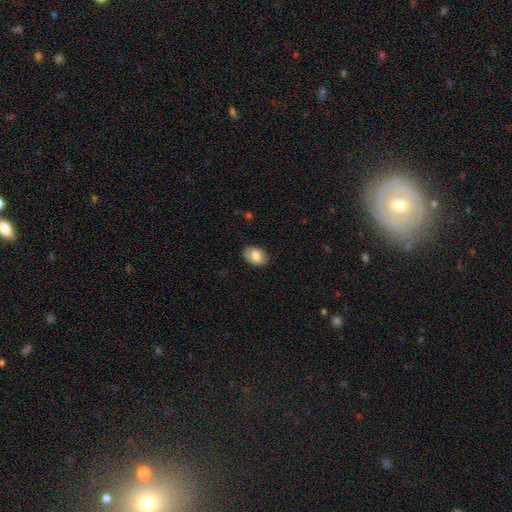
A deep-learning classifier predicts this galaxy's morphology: This is clearly a smooth galaxy (81%). How rounded: clearly in between (85%). Merging: likely none (80%).